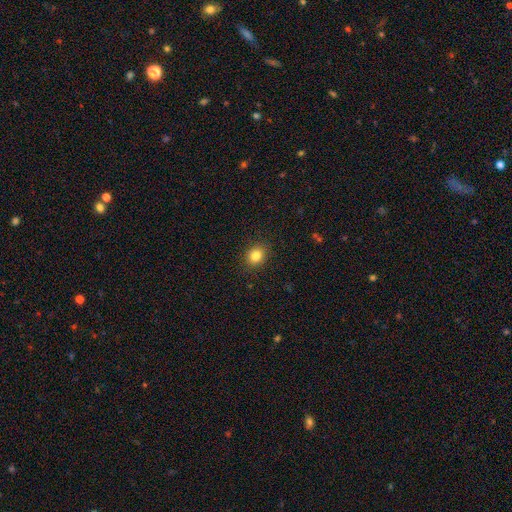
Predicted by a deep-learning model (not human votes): A smooth galaxy with no disk features (83%) that is round (66%).

Vote fractions:
- Smooth or featured? smooth: 83% / star or artifact: 11% / featured or disk: 6%
- How rounded? round: 66% / in between: 33% / cigar-shaped: 1%
- Merging? none: 89% / minor disturbance: 8% / major disturbance: 2% / merger: 1%